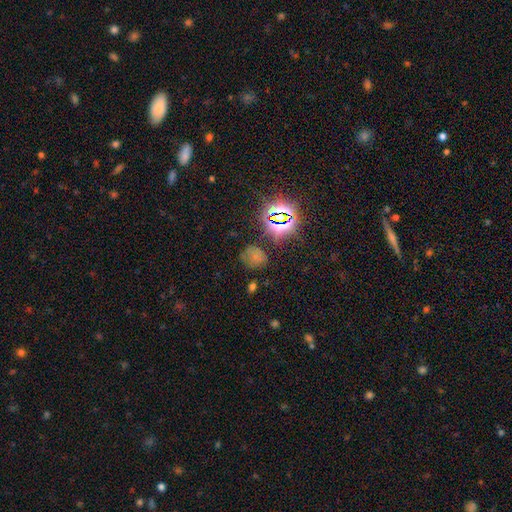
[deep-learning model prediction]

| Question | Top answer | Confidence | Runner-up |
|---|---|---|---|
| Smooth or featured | smooth | 47% | star or artifact (43%) |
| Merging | none | 68% | minor disturbance (20%) |